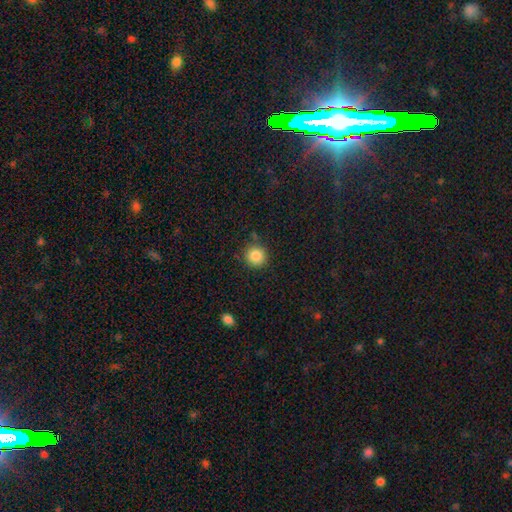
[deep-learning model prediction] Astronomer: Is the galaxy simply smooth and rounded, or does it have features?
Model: smooth — 86%.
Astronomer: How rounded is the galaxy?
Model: round — 93%.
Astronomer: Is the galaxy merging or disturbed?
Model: none — 86%.